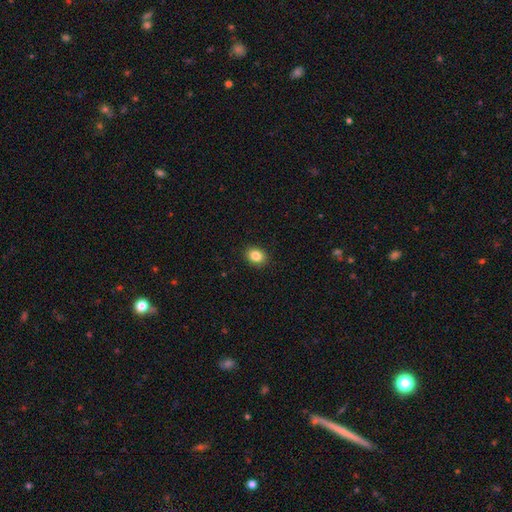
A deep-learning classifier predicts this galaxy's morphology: smooth_or_featured: smooth (p=0.85) [alt: star or artifact p=0.10]
how_rounded: in between (p=0.53) [alt: round p=0.46]
merging: none (p=0.90) [alt: minor disturbance p=0.07]